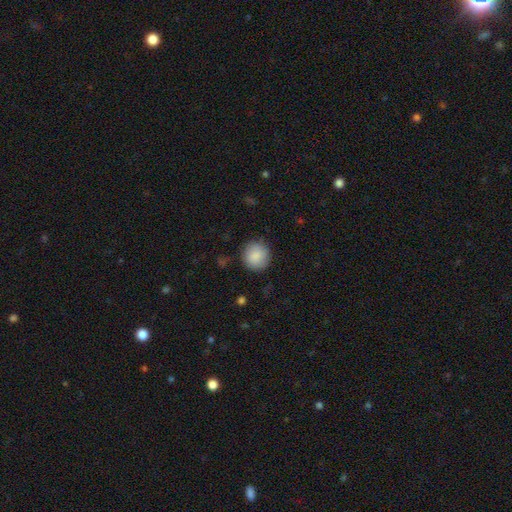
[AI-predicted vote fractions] Smooth or featured? smooth (88%)
How rounded? round (88%)
Merging? none (86%)